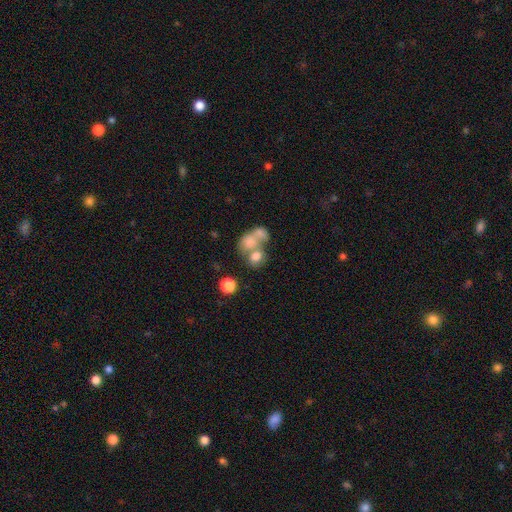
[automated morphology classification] Q: Smooth or featured?
A: smooth (71%); runner-up: featured or disk (17%)
Q: How rounded?
A: round (53%); runner-up: in between (46%)
Q: Merging?
A: merger (60%); runner-up: none (26%)